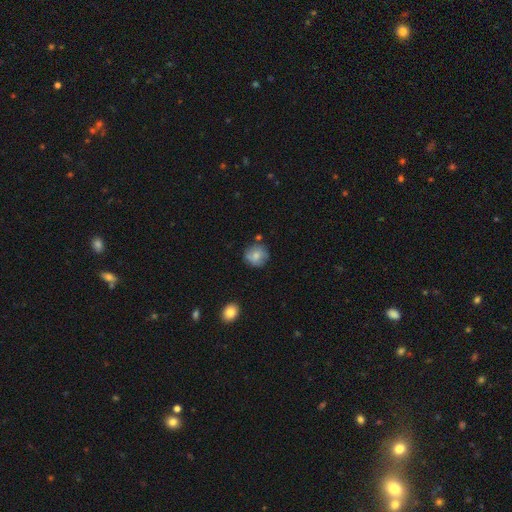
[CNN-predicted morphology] The model was most divided on "smooth or featured": smooth: 70%, featured or disk: 21%, star or artifact: 9%. More confident: how rounded — round (88%); merging — none (75%).